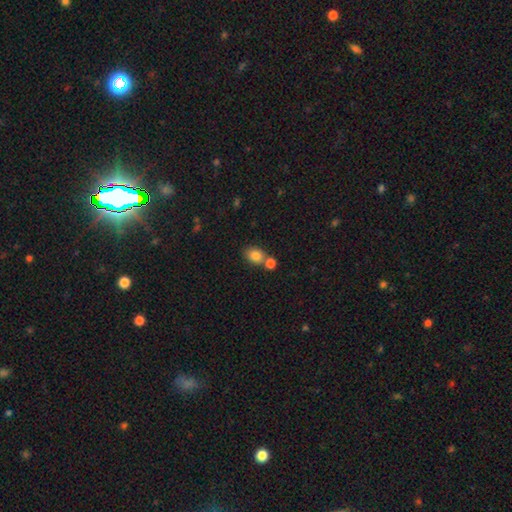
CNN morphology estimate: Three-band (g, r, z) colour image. It shows a smooth galaxy with no disk features (83%) that is in between round and cigar-shaped (65%). Merging: none (54%).